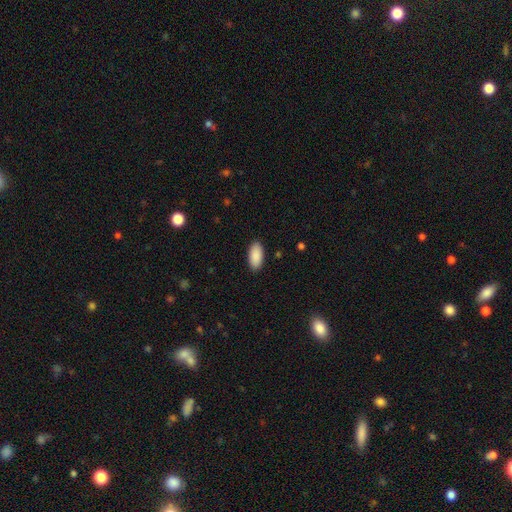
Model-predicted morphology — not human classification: This is clearly a smooth galaxy (91%). How rounded: clearly in between (93%). Merging: clearly none (90%).